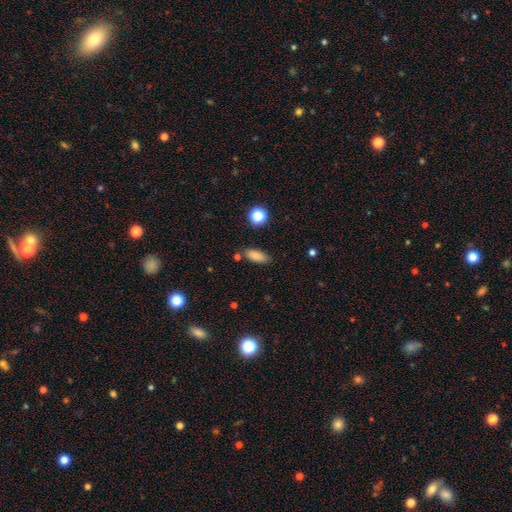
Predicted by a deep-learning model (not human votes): Smooth or featured? smooth (84%)
How rounded? in between (79%)
Merging? none (80%)